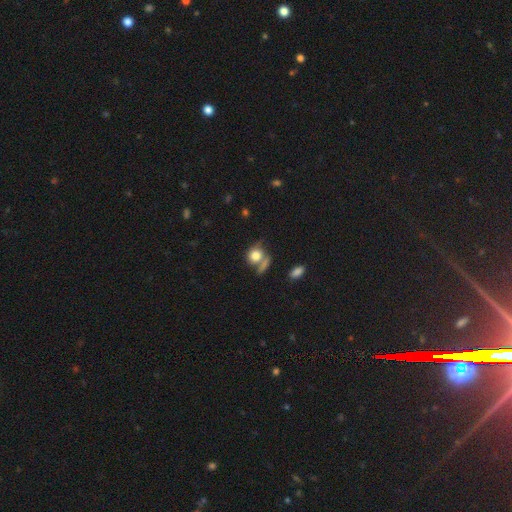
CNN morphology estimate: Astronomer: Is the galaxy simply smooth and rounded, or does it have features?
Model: smooth — 75%.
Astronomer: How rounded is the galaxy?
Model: round — 70%.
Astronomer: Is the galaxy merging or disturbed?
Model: none — 41% (runner-up: merger, 30%).